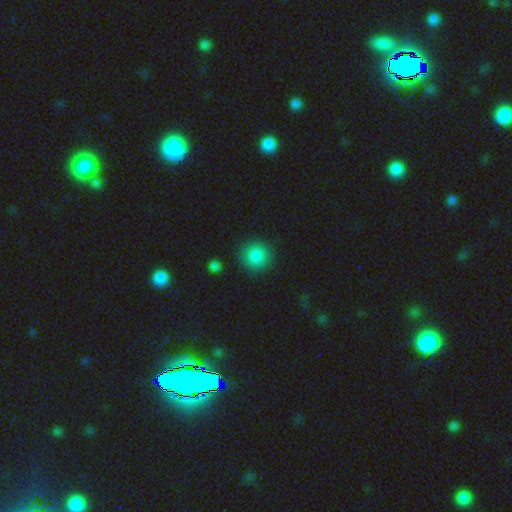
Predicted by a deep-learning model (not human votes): Smooth or featured? Predicted: smooth (p=0.86). How rounded? Predicted: round (p=0.91). Merging? Predicted: none (p=0.88).